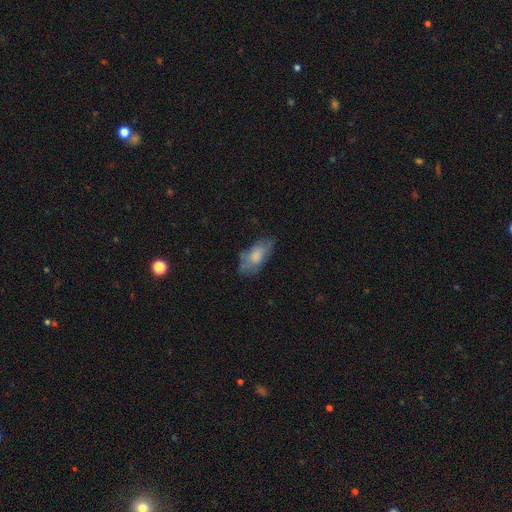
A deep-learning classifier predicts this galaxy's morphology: smooth-or-featured: smooth: 70% | featured or disk: 23% | star or artifact: 7%
  how-rounded: in between: 90% | cigar-shaped: 7% | round: 3%
  merging: none: 56% | minor disturbance: 30% | major disturbance: 12% | merger: 3%